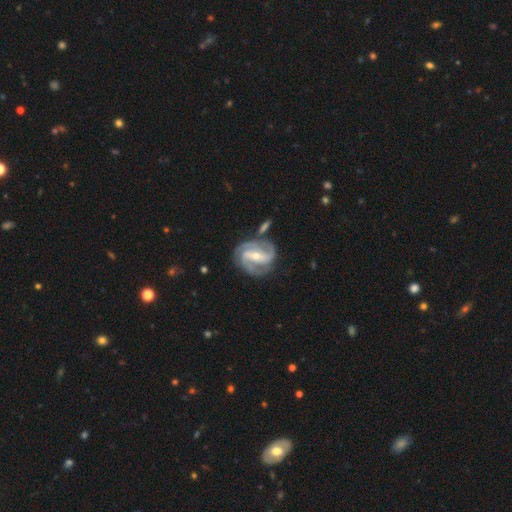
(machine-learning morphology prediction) smooth-or-featured: featured or disk: 90% | smooth: 6% | star or artifact: 4%
  disk-edge-on: no: 97% | yes: 3%
    bar: strong: 55% | weak: 31% | no: 14%
    has-spiral-arms: yes: 97% | no: 3%
      spiral-winding: medium: 45% | tight: 43% | loose: 12%
      spiral-arm-count: 2: 40% | 3: 39% | 4: 8% | can't tell: 7% | 1: 3% | more than 4: 3%
    bulge-size: small: 57% | moderate: 40% | large: 1% | none: 1% | dominant: 1%
  merging: none: 70% | minor disturbance: 16% | major disturbance: 7% | merger: 7%